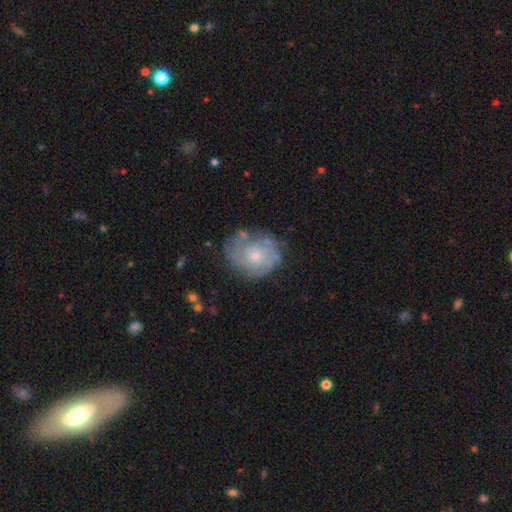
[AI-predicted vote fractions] A featured or disk galaxy (66%) with no bar (84%), spiral arms (75%) and a small central bulge (60%). Merging: none (61%).